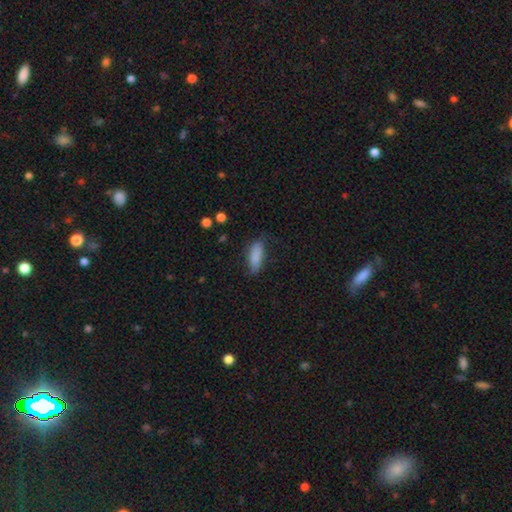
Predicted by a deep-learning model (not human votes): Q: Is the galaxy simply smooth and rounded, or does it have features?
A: smooth — 84%.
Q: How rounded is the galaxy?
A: in between — 71%.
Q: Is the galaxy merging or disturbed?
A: none — 70%.